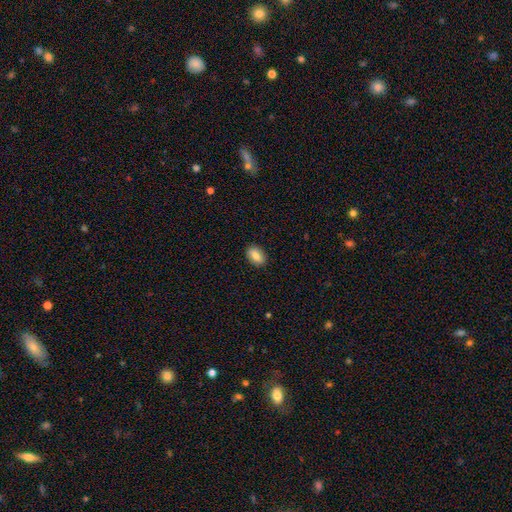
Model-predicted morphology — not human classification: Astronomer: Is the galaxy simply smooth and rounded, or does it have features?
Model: smooth — 81%.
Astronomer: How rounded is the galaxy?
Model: in between — 82%.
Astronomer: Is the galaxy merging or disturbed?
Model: none — 89%.